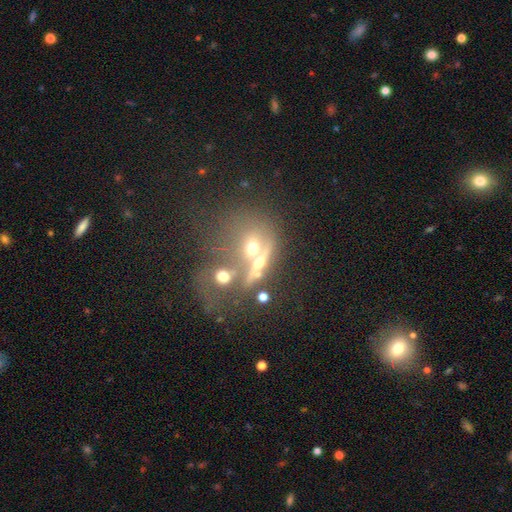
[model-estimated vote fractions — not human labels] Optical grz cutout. It shows a featured or disk galaxy (42%). Merging: merger (56%).